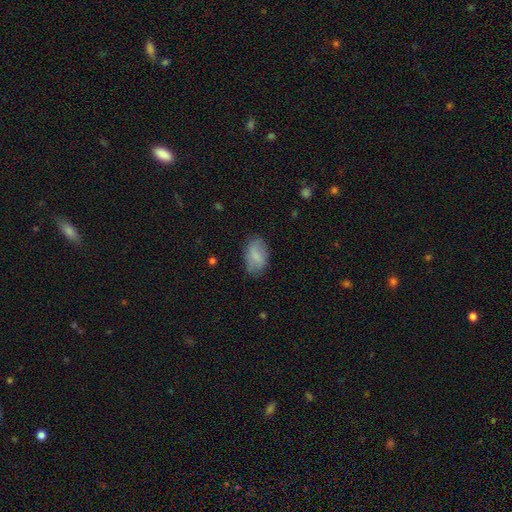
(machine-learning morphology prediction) smooth_or_featured: smooth (p=0.77) [alt: featured or disk p=0.16]
how_rounded: in between (p=0.91) [alt: round p=0.07]
merging: none (p=0.77) [alt: minor disturbance p=0.18]